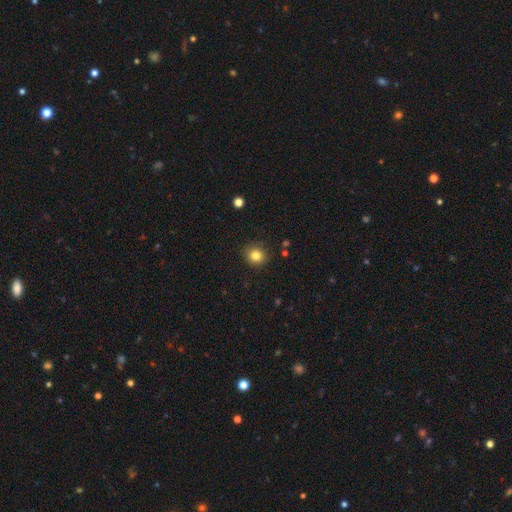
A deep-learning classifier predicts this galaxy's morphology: Q: Smooth or featured?
A: smooth (82%); runner-up: star or artifact (12%)
Q: How rounded?
A: round (89%); runner-up: in between (10%)
Q: Merging?
A: none (88%); runner-up: minor disturbance (9%)